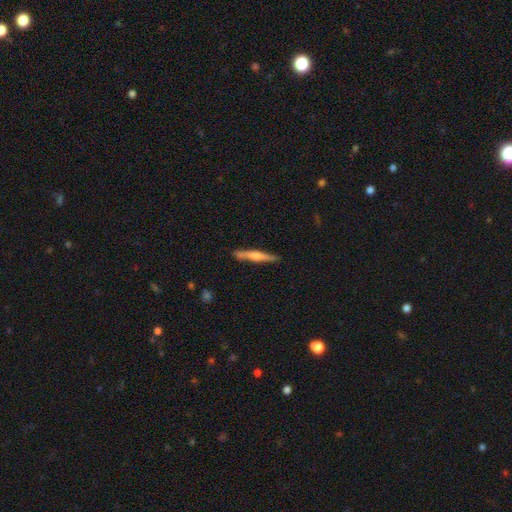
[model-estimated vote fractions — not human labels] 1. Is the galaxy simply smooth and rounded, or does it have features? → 63% featured or disk, 31% smooth, 6% star or artifact.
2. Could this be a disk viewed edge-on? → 97% yes, 3% no.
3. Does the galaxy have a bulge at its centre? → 75% rounded, 13% none, 12% boxy.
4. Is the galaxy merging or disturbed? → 88% none, 9% minor disturbance, 2% major disturbance, 2% merger.